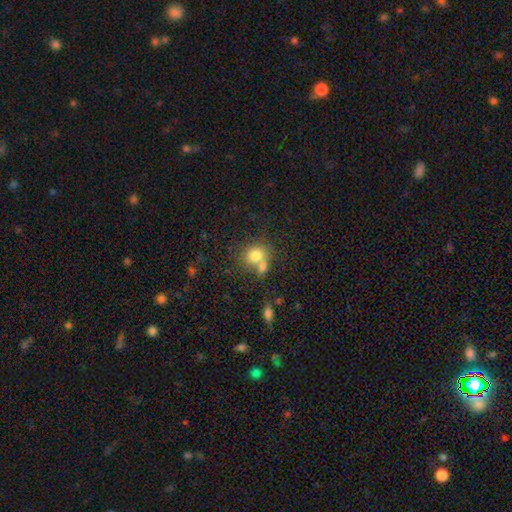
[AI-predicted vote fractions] A smooth galaxy with no disk features (77%) that is round (72%).

Vote fractions:
- Smooth or featured? smooth: 77% / featured or disk: 12% / star or artifact: 11%
- How rounded? round: 72% / in between: 27% / cigar-shaped: 1%
- Merging? none: 42% (tied) / merger: 42% (tied) / minor disturbance: 11% / major disturbance: 5%